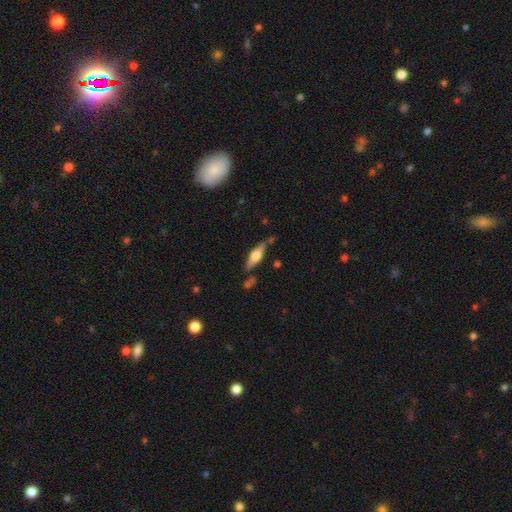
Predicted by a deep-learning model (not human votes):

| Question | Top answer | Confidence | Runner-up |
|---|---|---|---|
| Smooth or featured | featured or disk | 61% | smooth (33%) |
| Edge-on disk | yes | 93% | no (7%) |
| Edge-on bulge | rounded | 86% | boxy (11%) |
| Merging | none | 76% | minor disturbance (15%) |